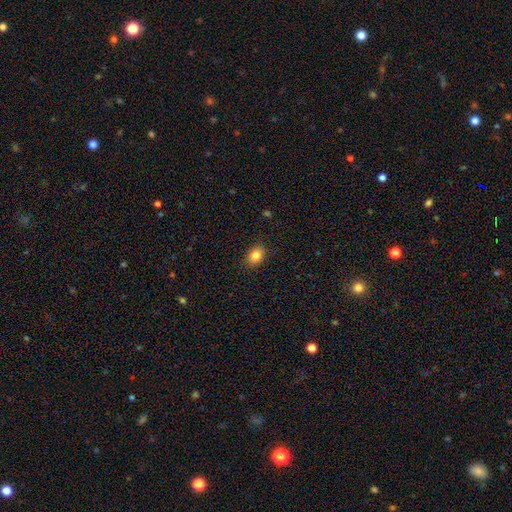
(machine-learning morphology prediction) Overall: smooth (83%). How rounded: in between (73%). Merging: none (87%).